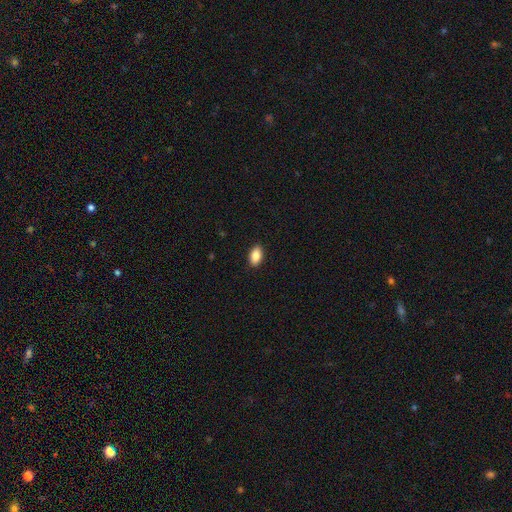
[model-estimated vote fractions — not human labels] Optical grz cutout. It shows a smooth galaxy with no disk features (88%) that is in between round and cigar-shaped (92%). Merging: none (90%).